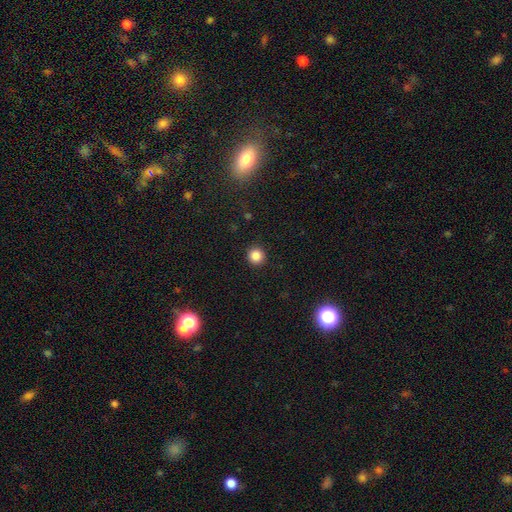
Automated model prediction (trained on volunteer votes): The model was most divided on "smooth or featured": smooth: 85%, star or artifact: 11%, featured or disk: 4%. More confident: how rounded — round (95%); merging — none (93%).